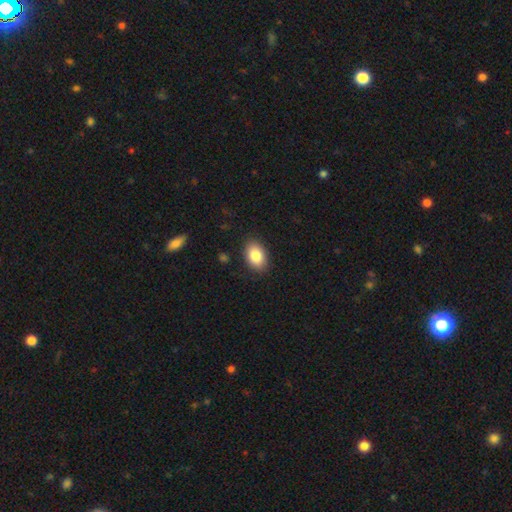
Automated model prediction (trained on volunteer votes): smooth 85%, featured or disk 8%, star or artifact 7%. Down the decision tree: how rounded — in between (88%); merging — none (87%).